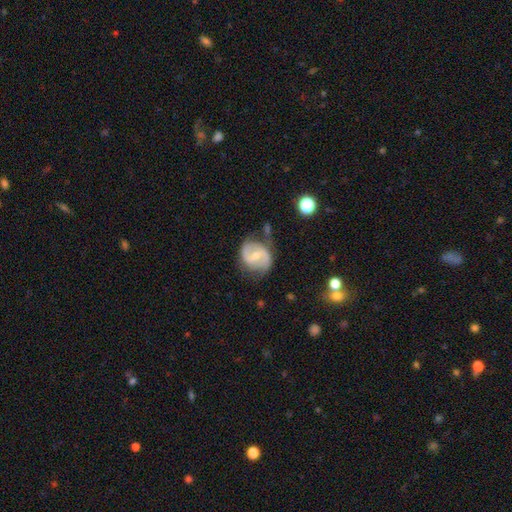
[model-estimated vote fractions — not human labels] Smooth or featured? featured or disk (78%)
Edge-on disk? no (98%)
Bar? weak (53%)
Spiral arms? yes (90%)
Spiral winding? medium (51%)
Spiral arm count? 2 (87%)
Bulge size? moderate (49%)
Merging? none (64%)